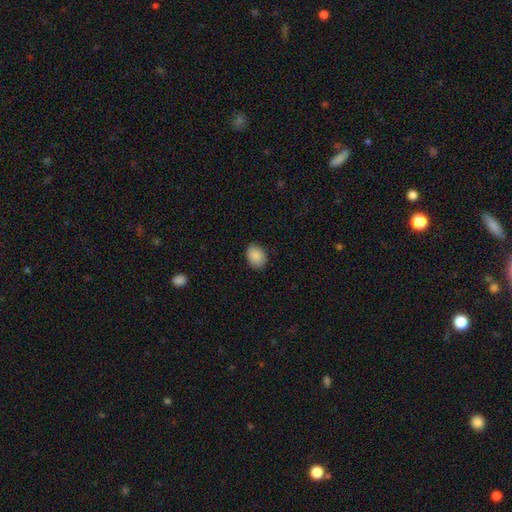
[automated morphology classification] smooth 89%, star or artifact 7%, featured or disk 3%. Down the decision tree: how rounded — in between (59%); merging — none (86%).